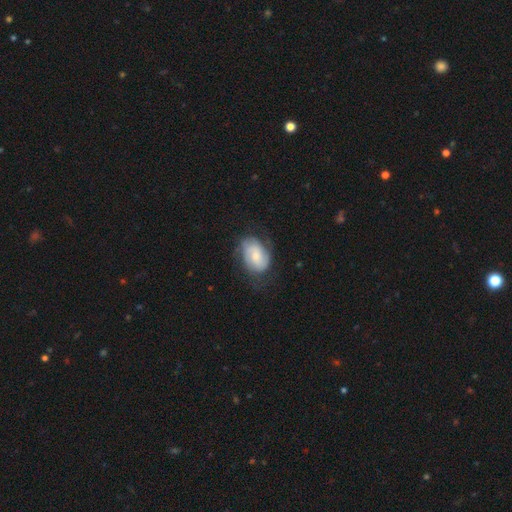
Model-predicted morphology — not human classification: This appears to be a smooth galaxy with no disk features (50%). Merging: none (59%).